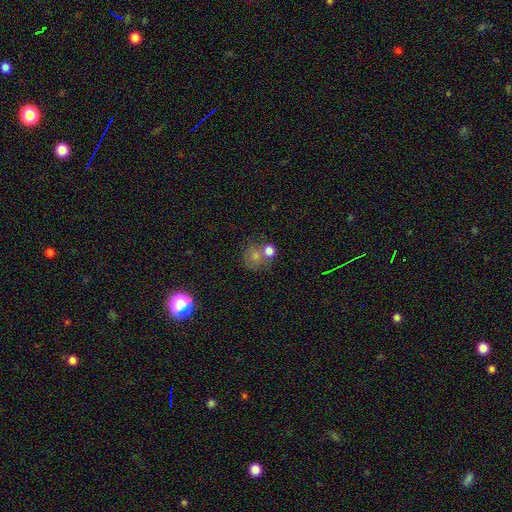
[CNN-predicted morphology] Overall: smooth (52%; star or artifact 29%). How rounded: round (85%). Merging: none (57%; merger 25%).